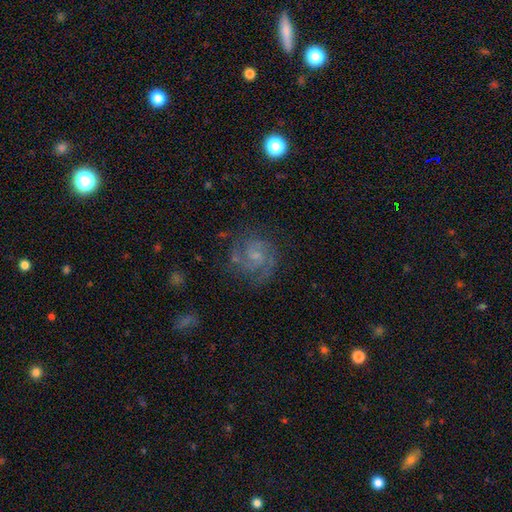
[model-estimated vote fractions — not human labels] Overall: featured or disk (80%). Edge-on disk: no (98%). Bar: no (56%; weak 38%). Spiral arms: yes (95%). Spiral arm count: 2 (56%; 3 18%). Spiral winding: tight (47%; medium 43%). Bulge size: small (58%; moderate 21%). Merging: none (71%).